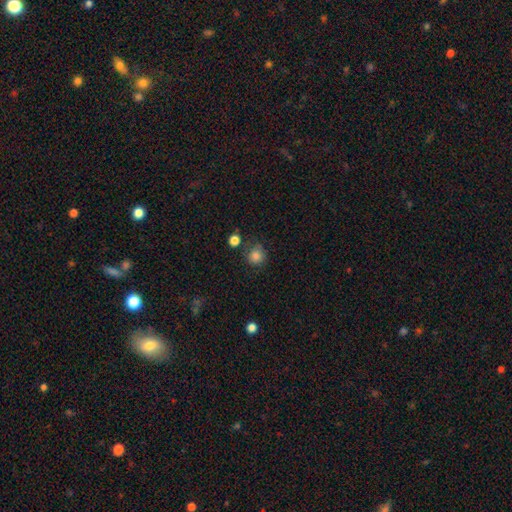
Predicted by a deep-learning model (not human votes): Smooth or featured? Predicted: smooth (p=0.83). How rounded? Predicted: round (p=0.90). Merging? Predicted: none (p=0.75).